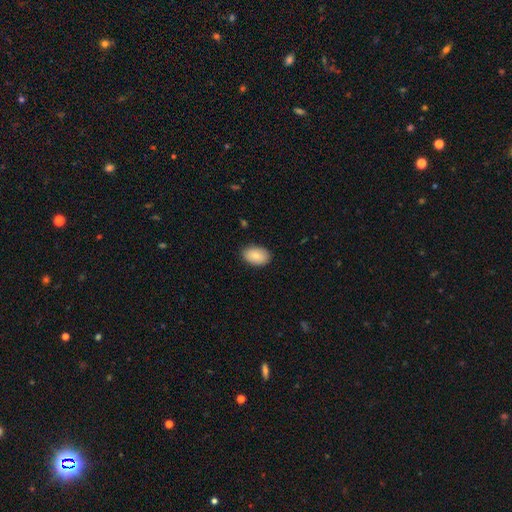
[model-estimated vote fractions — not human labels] A smooth galaxy with no disk features (83%) that is in between round and cigar-shaped (87%). Merging: none (87%).